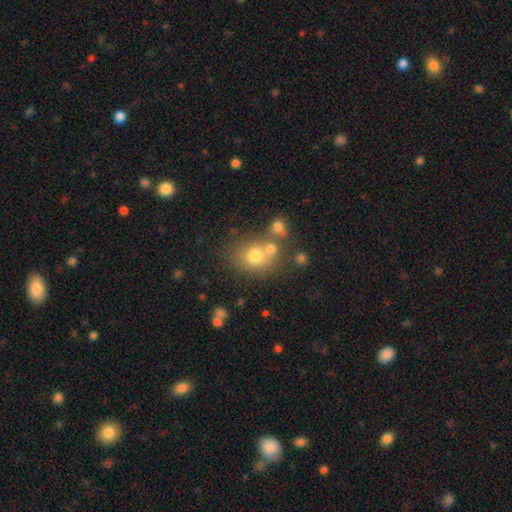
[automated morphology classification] type=smooth (71%); roundness=round (68%); merging=none (51%).